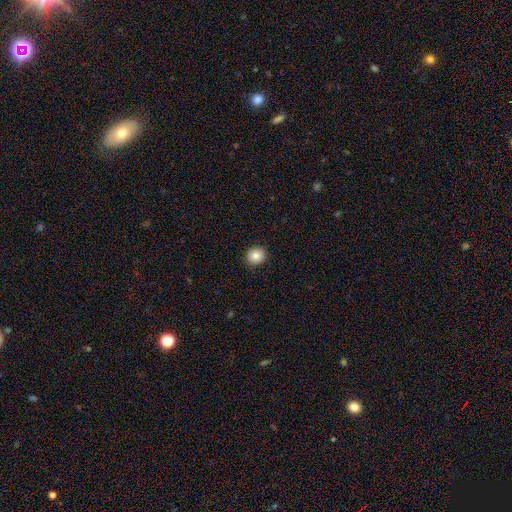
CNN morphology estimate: Smooth or featured? Predicted: smooth (p=0.83). How rounded? Predicted: round (p=0.82). Merging? Predicted: none (p=0.90).